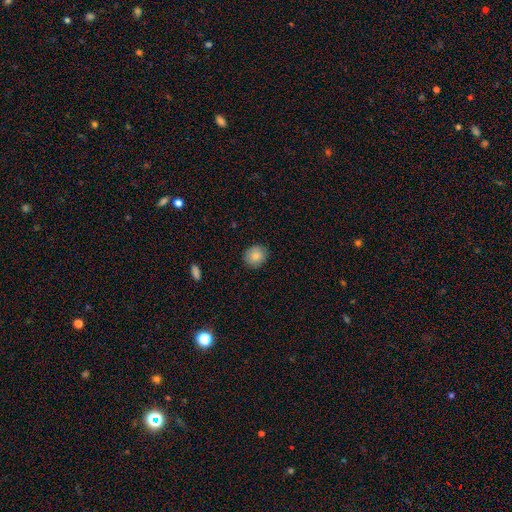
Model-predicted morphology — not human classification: Smooth or featured: smooth — 83% (featured or disk — 9%)
How rounded: round — 82% (in between — 17%)
Merging: none — 88% (minor disturbance — 9%)